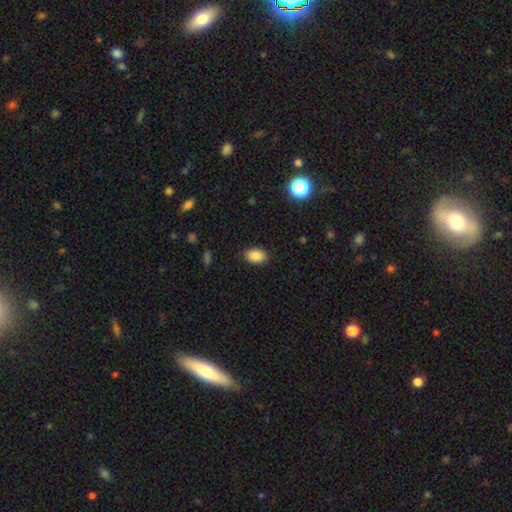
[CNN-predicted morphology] smooth-or-featured: smooth: 88% | star or artifact: 9% | featured or disk: 4%
  how-rounded: in between: 88% | round: 11% | cigar-shaped: 1%
  merging: none: 87% | minor disturbance: 10% | major disturbance: 2% | merger: 1%